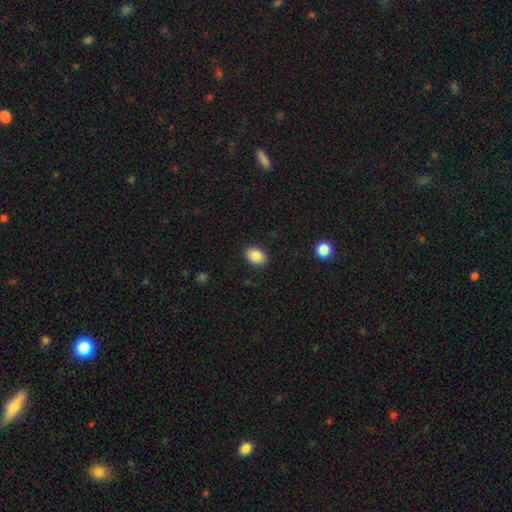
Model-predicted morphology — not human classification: This appears to be a smooth galaxy with no disk features (87%) that is in between round and cigar-shaped (78%). Merging: none (88%).